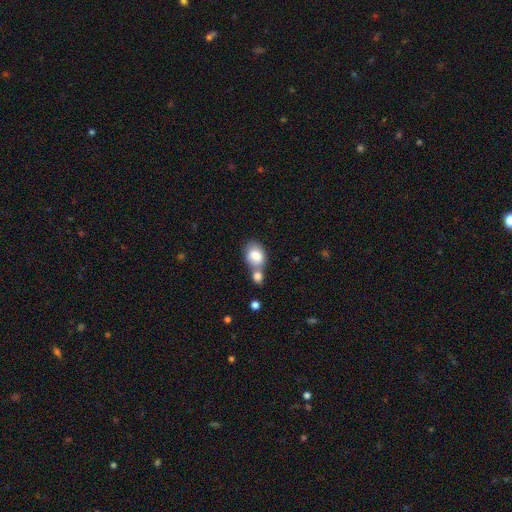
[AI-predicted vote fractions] smooth_or_featured: smooth (p=0.80) [alt: featured or disk p=0.13]
how_rounded: in between (p=0.69) [alt: round p=0.30]
merging: merger (p=0.48) [alt: none p=0.35]